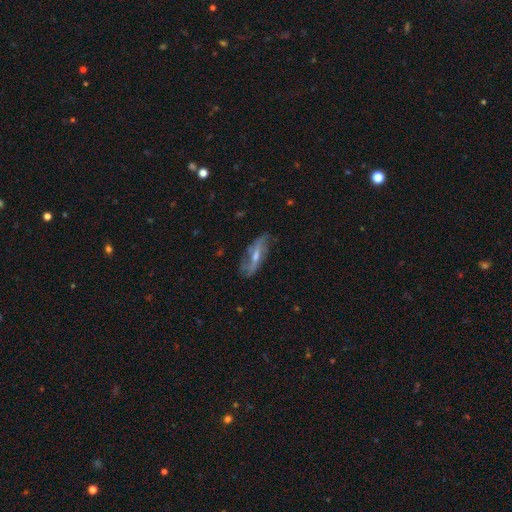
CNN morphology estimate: This appears to be a featured or disk galaxy (71%) with a weak bar (42%), spiral arms (83%) and a moderate central bulge (49%). Merging: none (67%).